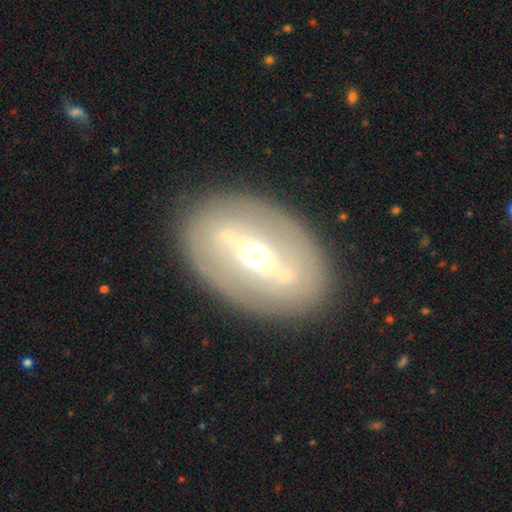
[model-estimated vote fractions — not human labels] A featured or disk galaxy (76%) with a strong bar (69%), no spiral arms (58%) and a moderate central bulge (63%). Merging: none (86%).